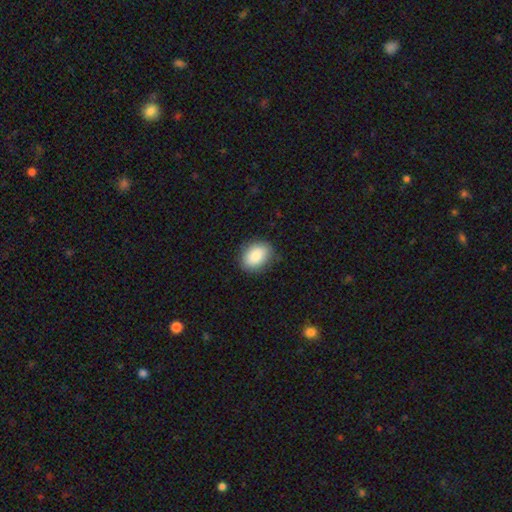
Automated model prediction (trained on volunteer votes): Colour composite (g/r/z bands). It shows a smooth galaxy with no disk features (87%) that is in between round and cigar-shaped (72%). Merging: none (83%).